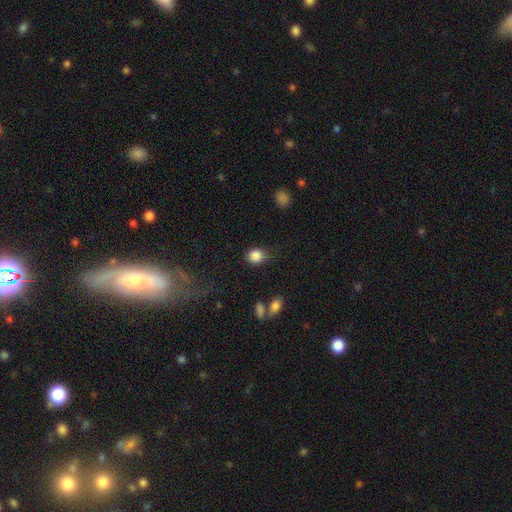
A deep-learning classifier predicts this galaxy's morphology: smooth 86%, star or artifact 9%, featured or disk 5%. Down the decision tree: how rounded — round (76%); merging — none (68%).